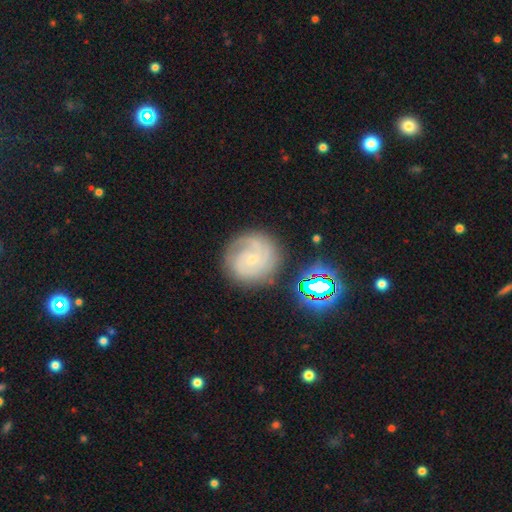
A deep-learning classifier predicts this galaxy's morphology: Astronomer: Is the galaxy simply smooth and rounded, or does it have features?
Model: featured or disk — 75%.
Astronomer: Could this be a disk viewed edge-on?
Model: no — 98%.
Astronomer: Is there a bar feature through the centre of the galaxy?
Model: no — 68%.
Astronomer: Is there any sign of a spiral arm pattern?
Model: yes — 95%.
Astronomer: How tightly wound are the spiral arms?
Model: tight — 64%.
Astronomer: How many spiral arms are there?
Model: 2 — 42% (runner-up: can't tell, 23%).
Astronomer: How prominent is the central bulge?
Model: small — 77%.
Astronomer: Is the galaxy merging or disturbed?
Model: none — 78%.